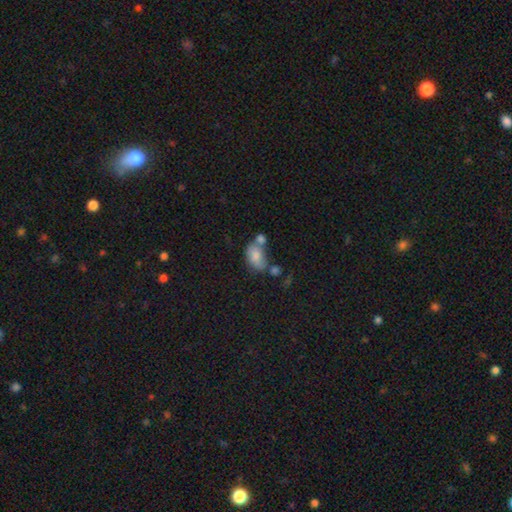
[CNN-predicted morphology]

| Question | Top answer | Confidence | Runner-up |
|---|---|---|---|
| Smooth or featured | smooth | 76% | featured or disk (15%) |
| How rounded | in between | 87% | round (12%) |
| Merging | merger | 39% | none (30%) |